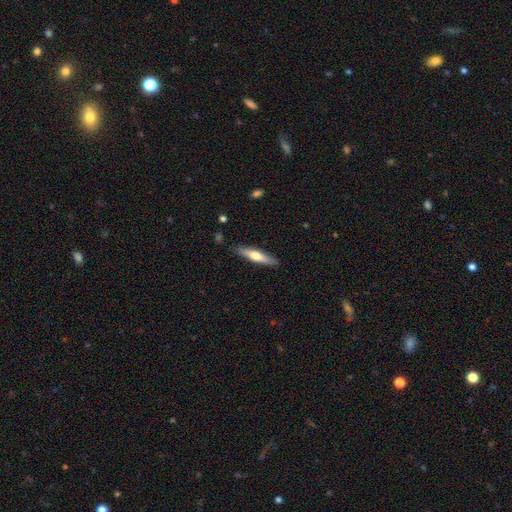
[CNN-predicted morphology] Overall: smooth (53%; featured or disk 41%). How rounded: cigar-shaped (83%). Merging: none (88%).